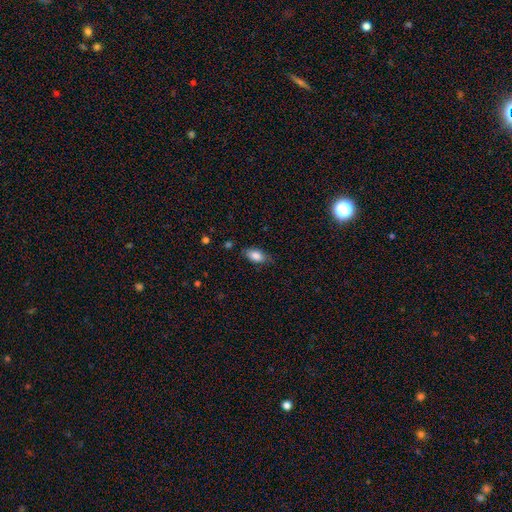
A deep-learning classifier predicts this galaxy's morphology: Smooth or featured? smooth (83%)
How rounded? in between (89%)
Merging? none (75%)